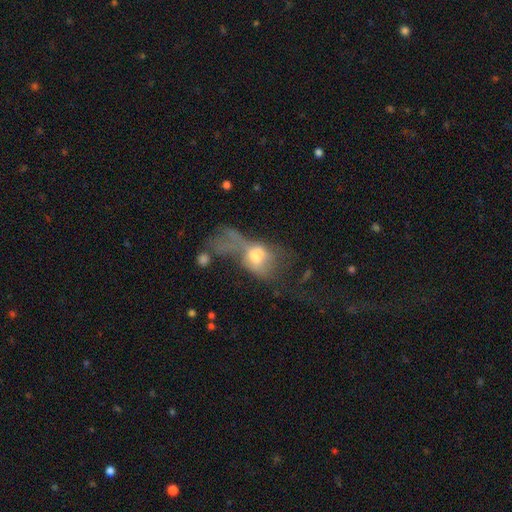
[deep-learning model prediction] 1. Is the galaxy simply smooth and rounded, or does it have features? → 46% smooth, 42% featured or disk, 12% star or artifact.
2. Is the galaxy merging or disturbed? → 51% major disturbance, 29% merger, 11% none, 9% minor disturbance.